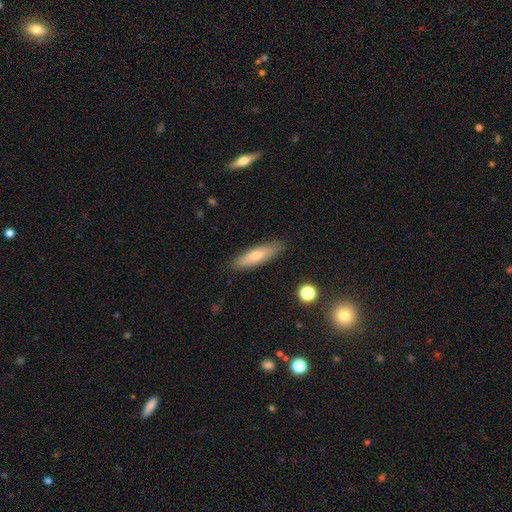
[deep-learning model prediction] Morphology: type=smooth (67%); roundness=cigar-shaped (69%); merging=none (87%).